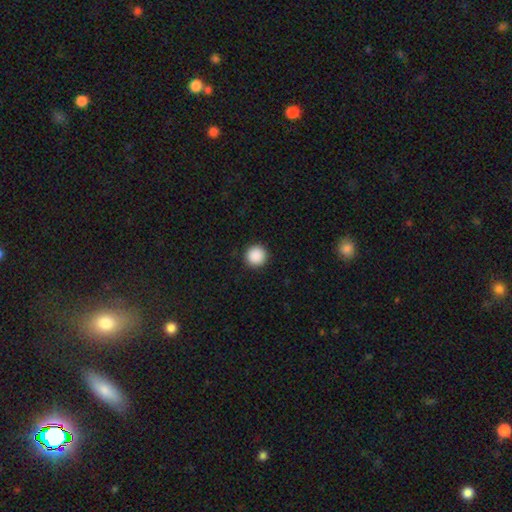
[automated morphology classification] Q: Smooth or featured?
A: smooth (89%); runner-up: star or artifact (8%)
Q: How rounded?
A: round (96%); runner-up: in between (3%)
Q: Merging?
A: none (93%); runner-up: minor disturbance (4%)